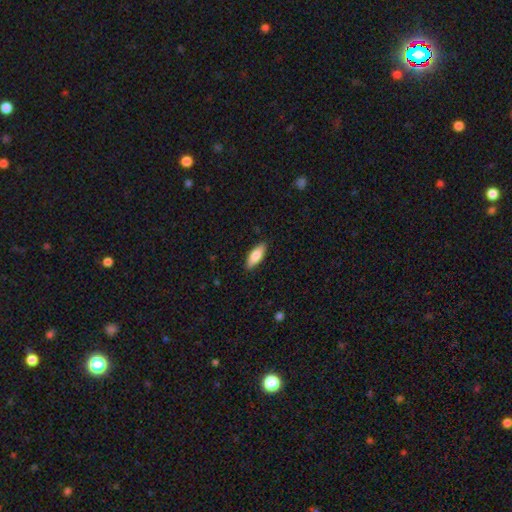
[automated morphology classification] The model was most divided on "how rounded": in between: 71%, cigar-shaped: 27%, round: 2%. More confident: merging — none (88%); smooth or featured — smooth (80%).